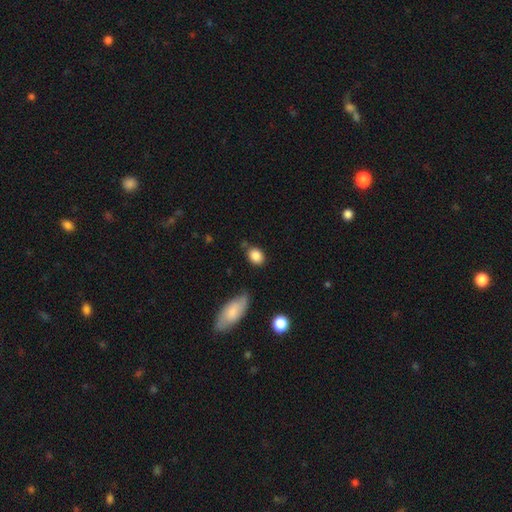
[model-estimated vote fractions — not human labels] This is clearly a smooth galaxy (86%). How rounded: likely in between (65%). Merging: likely none (73%).